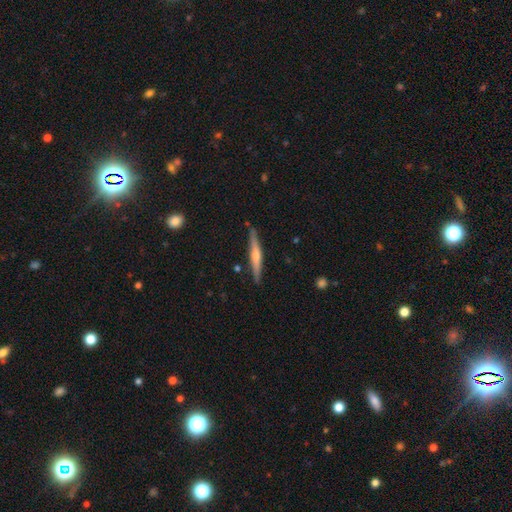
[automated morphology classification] Smooth or featured: featured or disk — 69% (smooth — 25%)
Edge-on disk: yes — 98% (no — 2%)
Edge-on bulge: rounded — 79% (none — 13%)
Merging: none — 88% (minor disturbance — 9%)